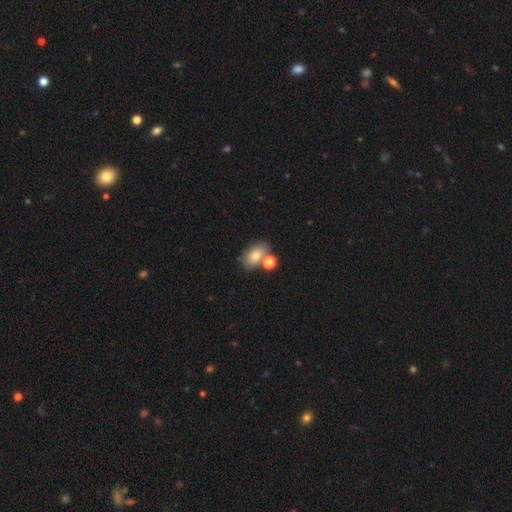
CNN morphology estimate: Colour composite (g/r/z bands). It shows a smooth galaxy with no disk features (76%) that is in between round and cigar-shaped (81%). Merging: none (56%).